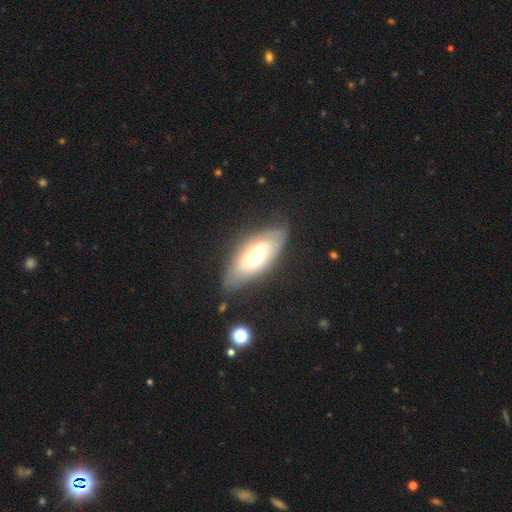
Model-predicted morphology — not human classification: smooth_or_featured: smooth (p=0.51) [alt: featured or disk p=0.41]
how_rounded: in between (p=0.83) [alt: cigar-shaped p=0.14]
merging: none (p=0.72) [alt: minor disturbance p=0.20]